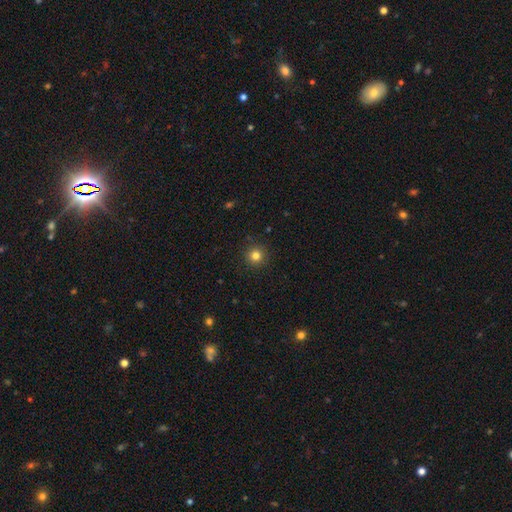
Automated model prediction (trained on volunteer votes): This appears to be a smooth galaxy with no disk features (81%) that is round (95%). Merging: none (92%).